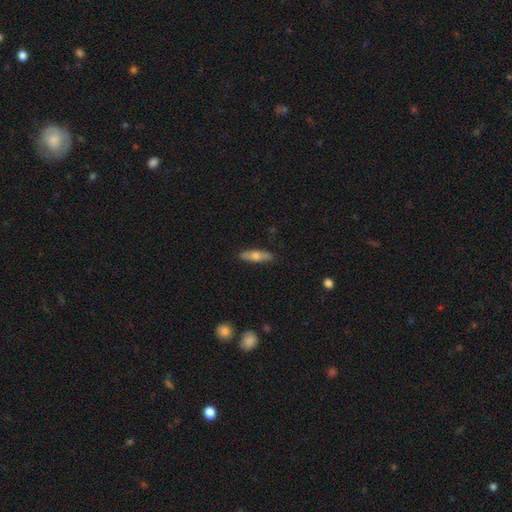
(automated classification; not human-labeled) Smooth or featured? smooth (54%)
How rounded? cigar-shaped (61%)
Merging? none (88%)